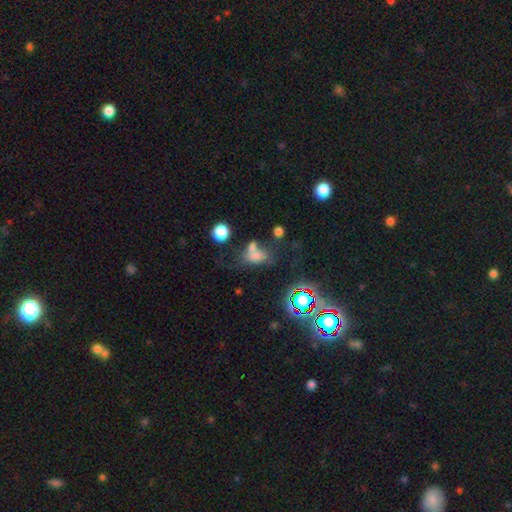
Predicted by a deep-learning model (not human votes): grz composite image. It shows a smooth galaxy with no disk features (61%) that is in between round and cigar-shaped (75%). Merging: merger (39%).